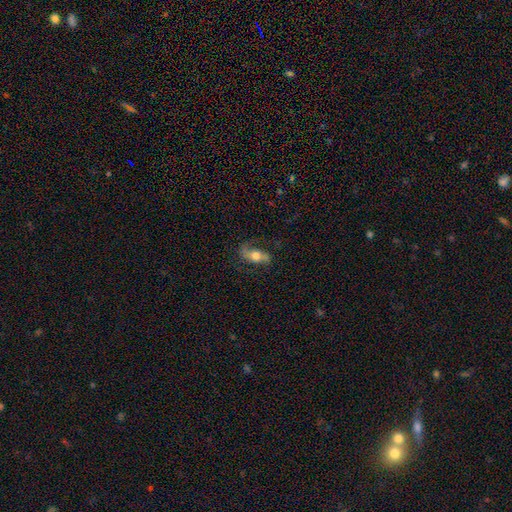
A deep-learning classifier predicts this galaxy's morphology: The model was most divided on "smooth or featured": featured or disk: 55%, smooth: 37%, star or artifact: 8%. More confident: edge-on disk — no (80%); merging — none (66%).